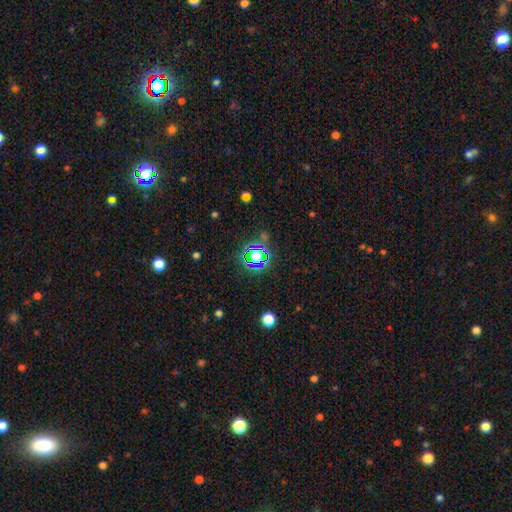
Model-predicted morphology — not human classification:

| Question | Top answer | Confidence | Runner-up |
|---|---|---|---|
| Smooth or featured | star or artifact | 61% | smooth (29%) |